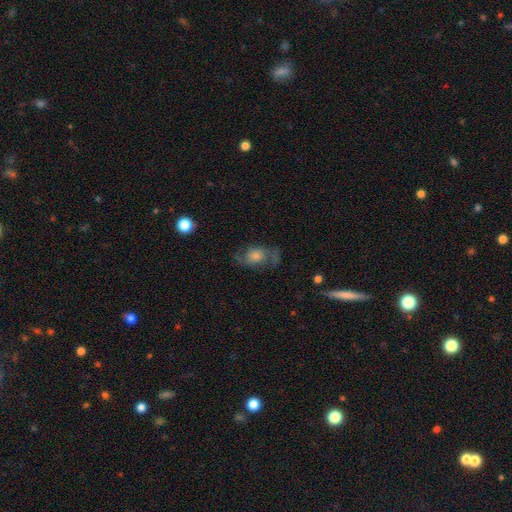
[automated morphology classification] Smooth or featured: featured or disk — 69% (smooth — 20%)
Edge-on disk: no — 94% (yes — 6%)
Bar: no — 71% (weak — 24%)
Spiral arms: yes — 89% (no — 11%)
Spiral winding: medium — 45% (loose — 40%)
Spiral arm count: 2 — 87% (can't tell — 6%)
Bulge size: moderate — 39% (large — 26%)
Merging: none — 70% (minor disturbance — 17%)